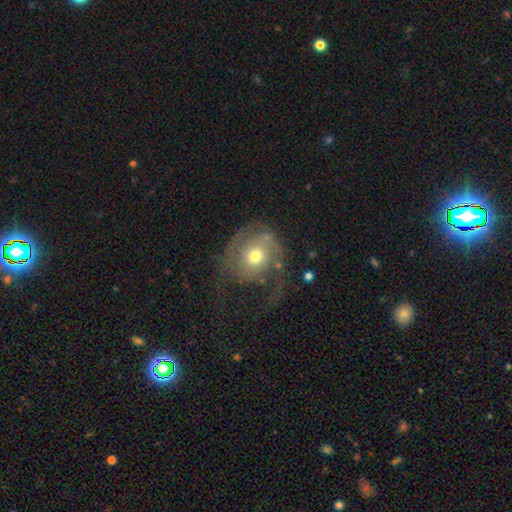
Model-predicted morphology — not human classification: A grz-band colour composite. It shows a featured or disk galaxy (62%) with no bar (78%), spiral arms (79%) and a moderate central bulge (65%). Merging: none (41%).